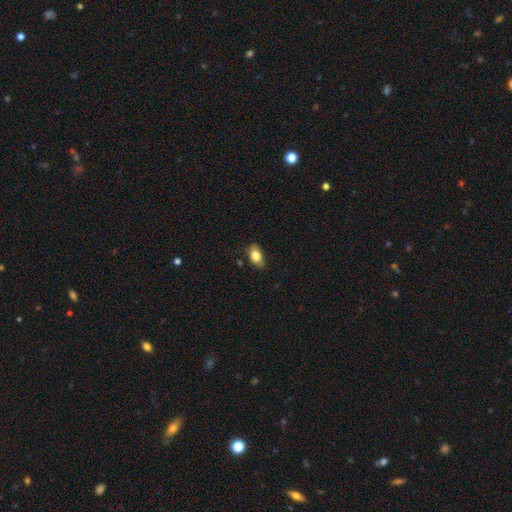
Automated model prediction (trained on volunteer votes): Smooth or featured? smooth (81%)
How rounded? in between (88%)
Merging? none (76%)